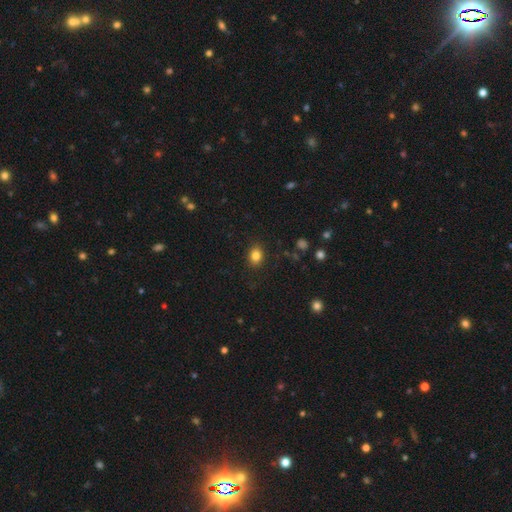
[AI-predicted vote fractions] Overall: smooth (83%). How rounded: in between (57%; round 42%). Merging: none (87%).